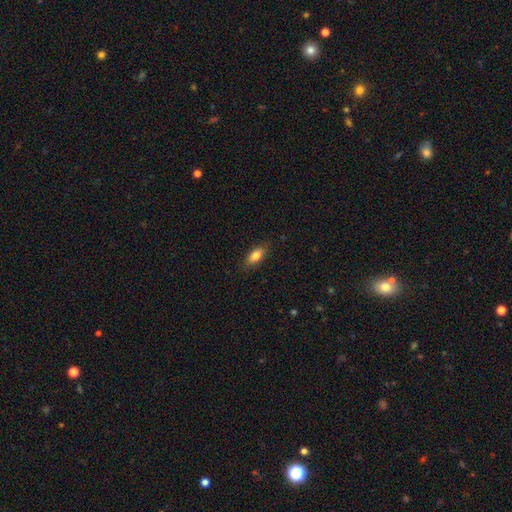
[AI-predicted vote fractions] A smooth galaxy with no disk features (81%) that is in between round and cigar-shaped (82%).

Vote fractions:
- Smooth or featured? smooth: 81% / featured or disk: 12% / star or artifact: 7%
- How rounded? in between: 82% / cigar-shaped: 15% / round: 3%
- Merging? none: 85% / minor disturbance: 12% / major disturbance: 3% / merger: 1%